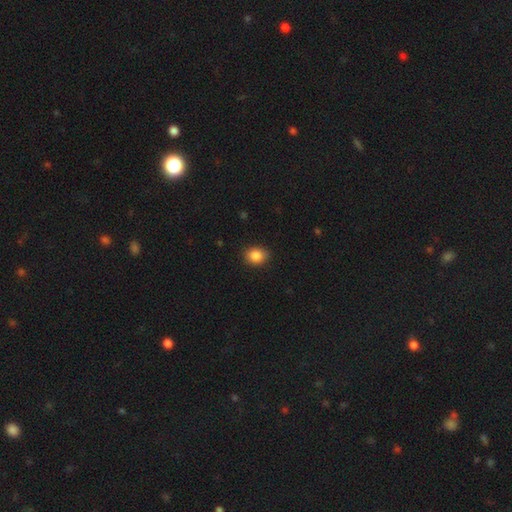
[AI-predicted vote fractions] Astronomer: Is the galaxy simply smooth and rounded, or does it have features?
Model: smooth — 86%.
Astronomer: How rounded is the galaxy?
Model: round — 54% (runner-up: in between, 45%).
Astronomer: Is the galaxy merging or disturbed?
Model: none — 86%.